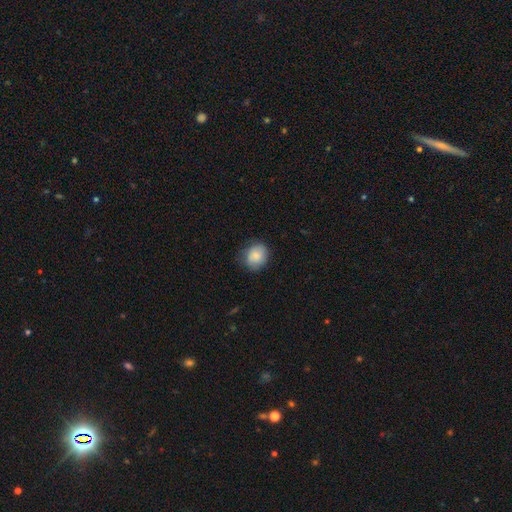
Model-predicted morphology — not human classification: A smooth galaxy with no disk features (83%) that is round (67%). Merging: none (73%).